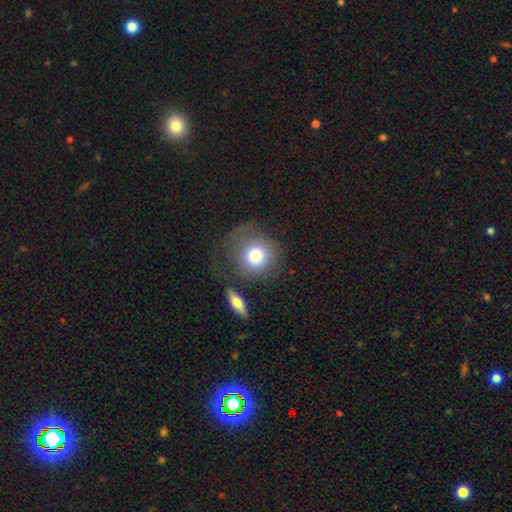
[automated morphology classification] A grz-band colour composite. It shows a smooth galaxy with no disk features (75%) that is round (85%). Merging: none (50%).